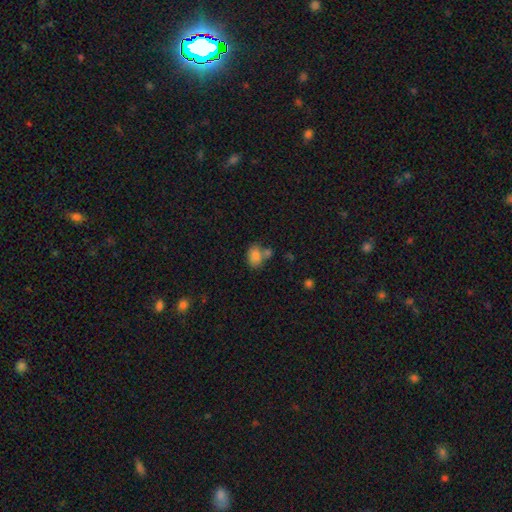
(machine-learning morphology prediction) This appears to be a smooth galaxy with no disk features (82%) that is in between round and cigar-shaped (74%). Merging: none (49%).